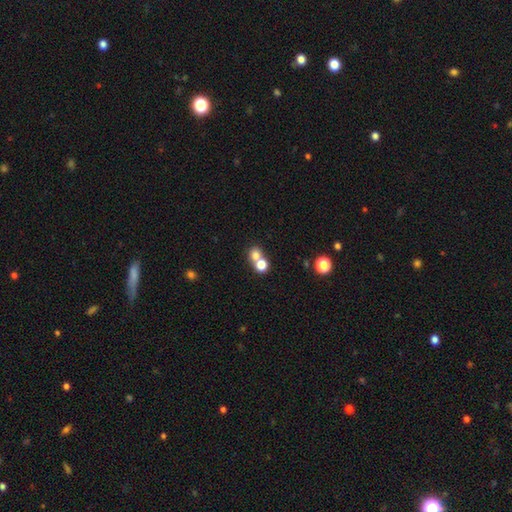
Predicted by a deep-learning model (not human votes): smooth 75%, star or artifact 13%, featured or disk 11%. Down the decision tree: how rounded — round (79%); merging — merger (55%).